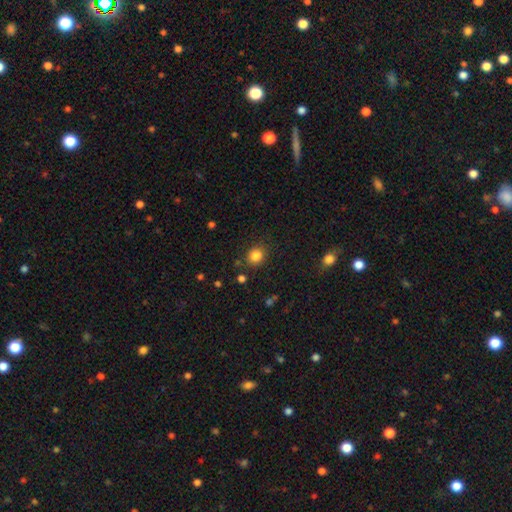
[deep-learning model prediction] Smooth or featured? smooth (84%)
How rounded? round (76%)
Merging? none (83%)